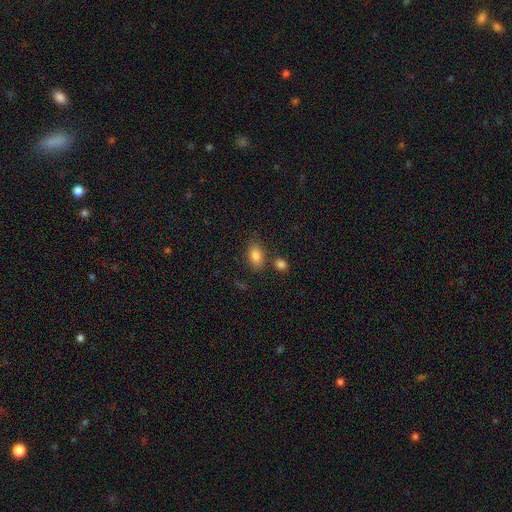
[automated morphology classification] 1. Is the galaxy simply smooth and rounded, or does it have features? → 84% smooth, 8% star or artifact, 8% featured or disk.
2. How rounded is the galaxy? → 86% in between, 12% round, 2% cigar-shaped.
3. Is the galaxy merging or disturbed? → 73% none, 14% minor disturbance, 10% merger, 4% major disturbance.